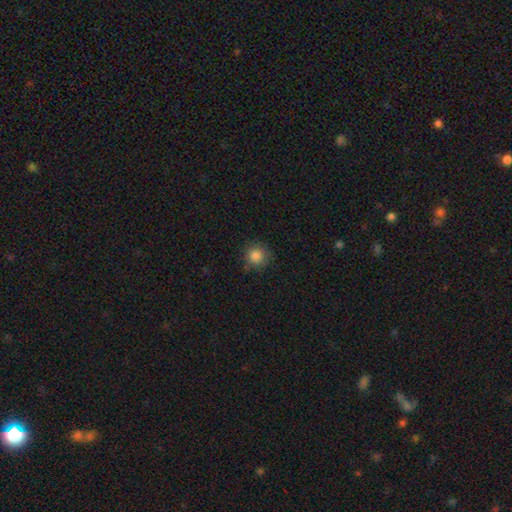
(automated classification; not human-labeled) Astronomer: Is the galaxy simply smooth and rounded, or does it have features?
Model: smooth — 84%.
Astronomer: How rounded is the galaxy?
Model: round — 94%.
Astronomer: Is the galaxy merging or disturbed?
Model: none — 87%.